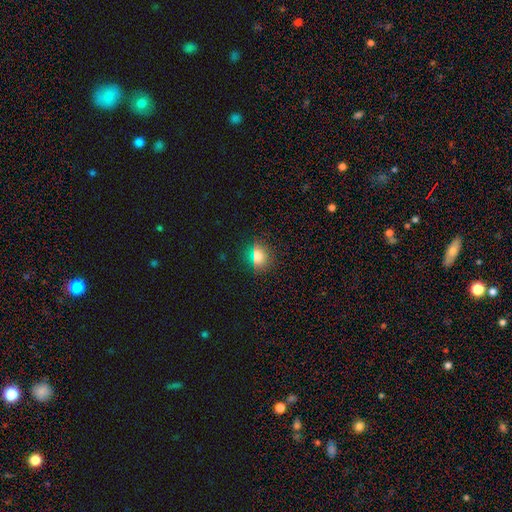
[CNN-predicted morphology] smooth-or-featured: smooth: 73% | star or artifact: 19% | featured or disk: 8%
  how-rounded: round: 56% | in between: 41% | cigar-shaped: 3%
  merging: none: 84% | minor disturbance: 11% | major disturbance: 3% | merger: 2%